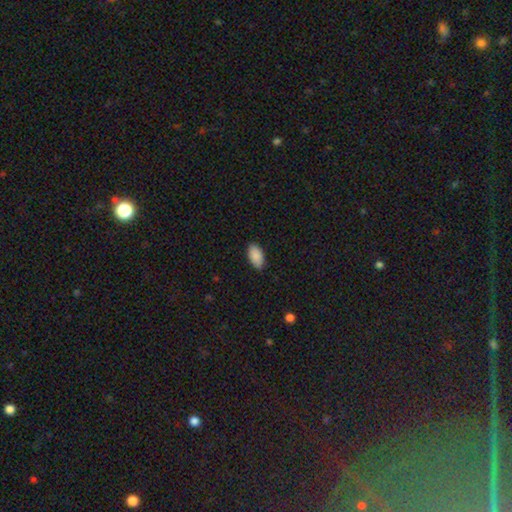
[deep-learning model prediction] This appears to be a smooth galaxy with no disk features (90%) that is in between round and cigar-shaped (95%). Merging: none (85%).